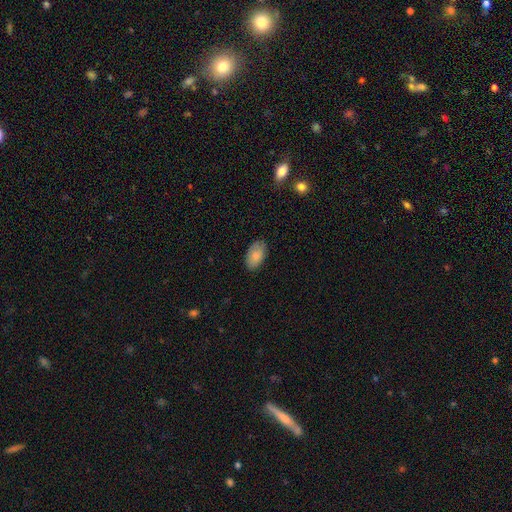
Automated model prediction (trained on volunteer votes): smooth 83%, featured or disk 10%, star or artifact 6%. Down the decision tree: how rounded — in between (94%); merging — none (83%).